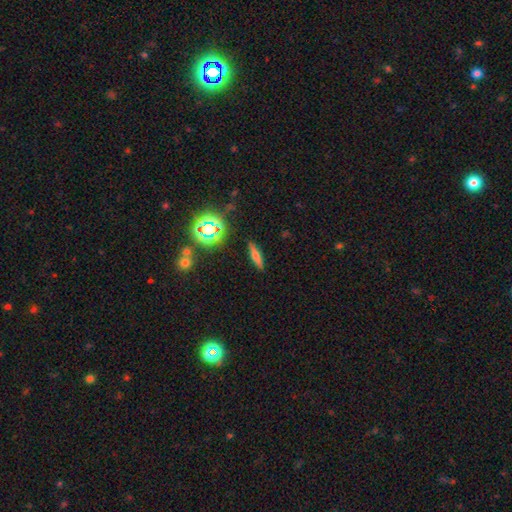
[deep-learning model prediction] smooth_or_featured: smooth (p=0.51) [alt: featured or disk p=0.32]
how_rounded: cigar-shaped (p=0.75) [alt: in between p=0.20]
merging: none (p=0.88) [alt: minor disturbance p=0.08]